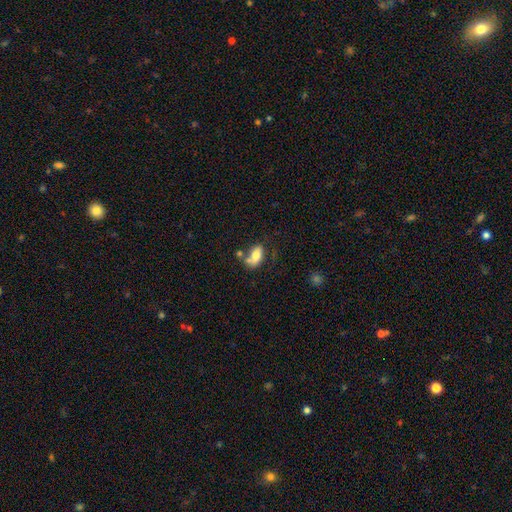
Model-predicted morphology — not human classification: Smooth or featured?
  - smooth: 70% *
  - featured or disk: 22%
  - star or artifact: 8%
How rounded?
  - in between: 89% *
  - round: 7%
  - cigar-shaped: 4%
Merging?
  - none: 36% *
  - merger: 32%
  - minor disturbance: 19%
  - major disturbance: 12%